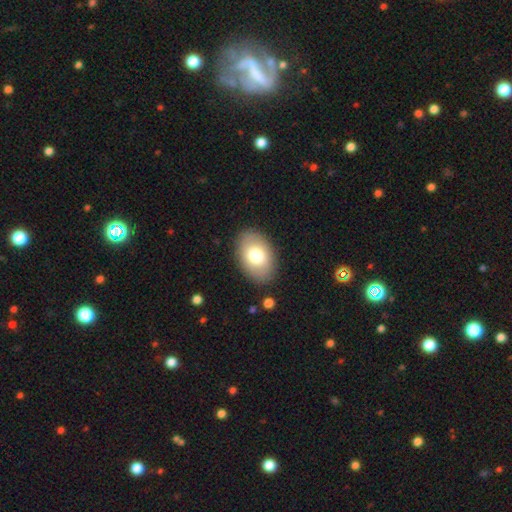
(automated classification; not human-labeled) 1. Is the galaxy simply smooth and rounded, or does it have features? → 75% smooth, 19% featured or disk, 7% star or artifact.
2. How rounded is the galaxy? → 88% in between, 11% round, 1% cigar-shaped.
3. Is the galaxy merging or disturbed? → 86% none, 9% minor disturbance, 3% major disturbance, 1% merger.